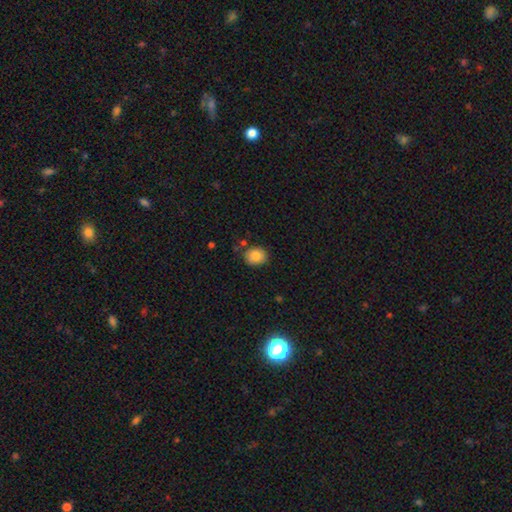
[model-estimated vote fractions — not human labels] Smooth or featured? Predicted: smooth (p=0.84). How rounded? Predicted: round (p=0.65). Merging? Predicted: none (p=0.81).